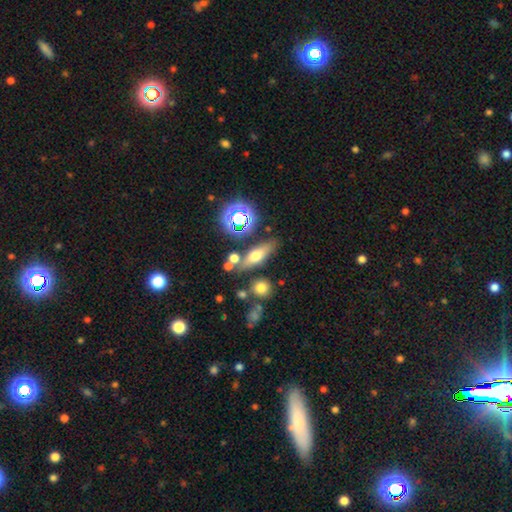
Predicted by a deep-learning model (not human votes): smooth 55%, featured or disk 29%, star or artifact 16%. Down the decision tree: how rounded — in between (47%); merging — none (71%).